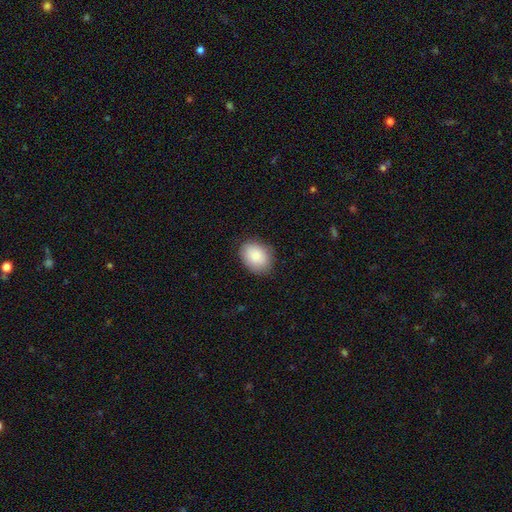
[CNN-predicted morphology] Overall: smooth (86%). How rounded: in between (70%). Merging: none (83%).